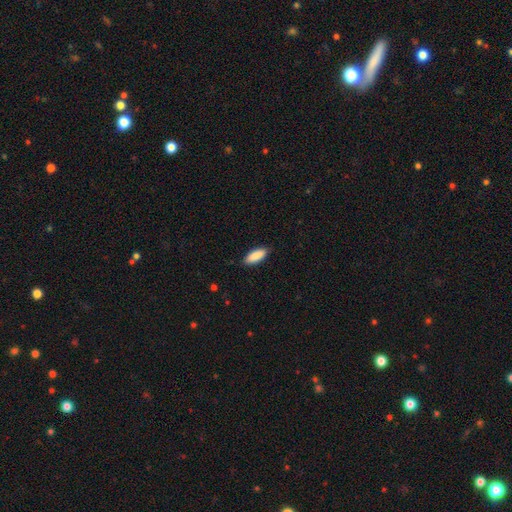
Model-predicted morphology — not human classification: Smooth or featured?
  - smooth: 89% *
  - star or artifact: 6%
  - featured or disk: 5%
How rounded?
  - in between: 76% *
  - cigar-shaped: 22%
  - round: 2%
Merging?
  - none: 87% *
  - minor disturbance: 10%
  - major disturbance: 2%
  - merger: 1%